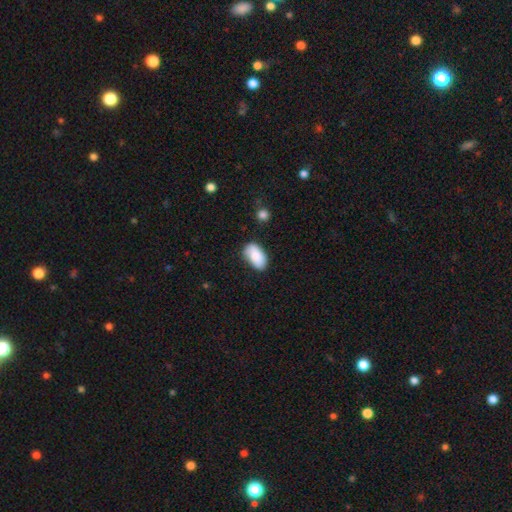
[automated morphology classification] Smooth or featured? Predicted: smooth (p=0.82). How rounded? Predicted: in between (p=0.94). Merging? Predicted: none (p=0.68).